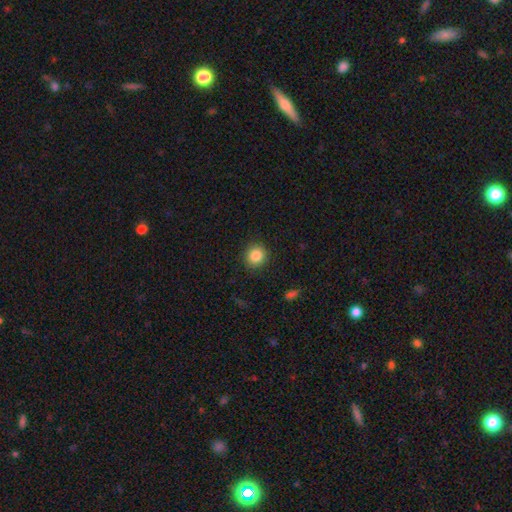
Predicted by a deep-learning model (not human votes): This is clearly a smooth galaxy (85%). How rounded: clearly round (90%). Merging: clearly none (90%).